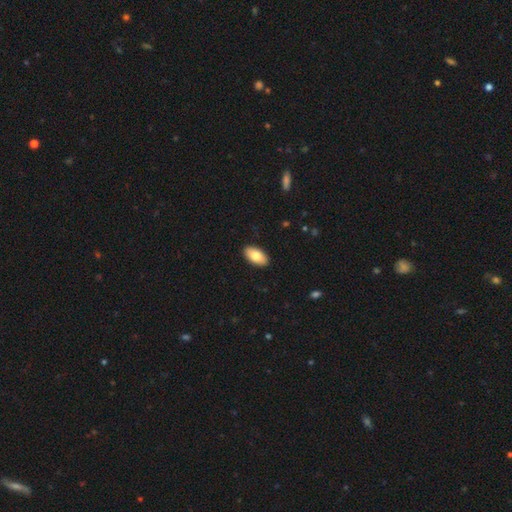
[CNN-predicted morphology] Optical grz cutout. It shows a smooth galaxy with no disk features (80%) that is in between round and cigar-shaped (95%). Merging: none (90%).